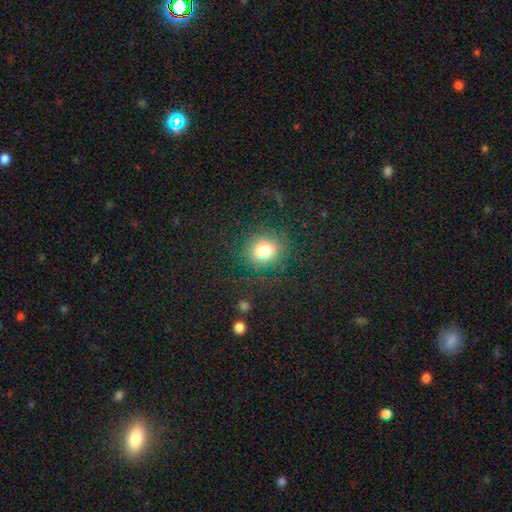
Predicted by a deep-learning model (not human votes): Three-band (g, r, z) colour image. It shows a smooth galaxy with no disk features (72%) that is round (84%). Merging: none (90%).